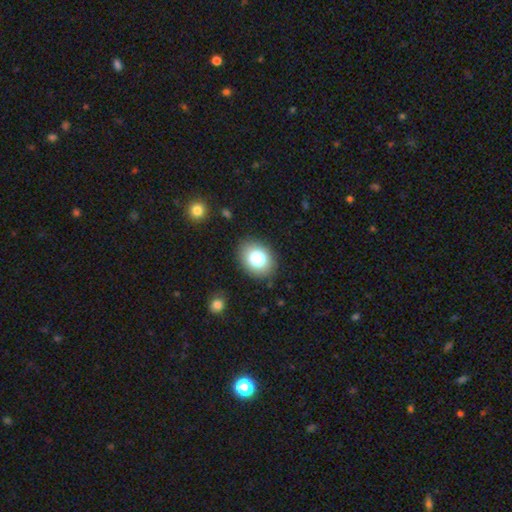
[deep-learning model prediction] smooth_or_featured: smooth (p=0.79) [alt: star or artifact p=0.11]
how_rounded: in between (p=0.56) [alt: round p=0.43]
merging: none (p=0.89) [alt: minor disturbance p=0.08]